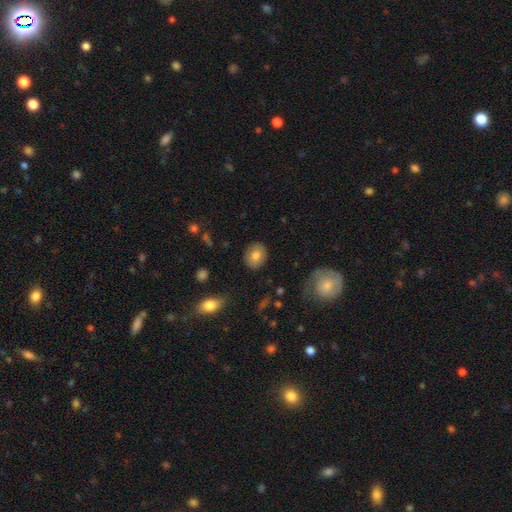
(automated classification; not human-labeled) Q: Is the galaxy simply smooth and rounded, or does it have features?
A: smooth — 77%.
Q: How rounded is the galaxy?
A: round — 60%.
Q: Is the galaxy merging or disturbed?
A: none — 86%.